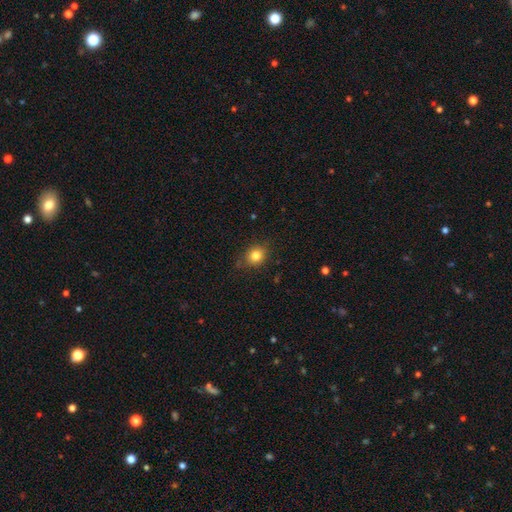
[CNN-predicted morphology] smooth_or_featured: smooth (p=0.82) [alt: star or artifact p=0.11]
how_rounded: round (p=0.68) [alt: in between p=0.31]
merging: none (p=0.82) [alt: minor disturbance p=0.14]